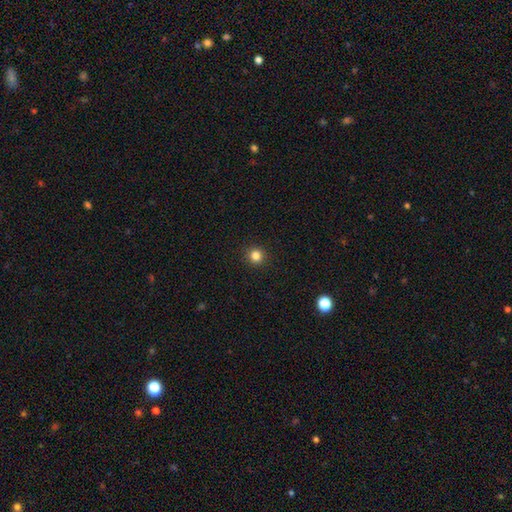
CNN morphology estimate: smooth_or_featured: smooth (p=0.83) [alt: star or artifact p=0.13]
how_rounded: round (p=0.94) [alt: in between p=0.05]
merging: none (p=0.93) [alt: minor disturbance p=0.05]